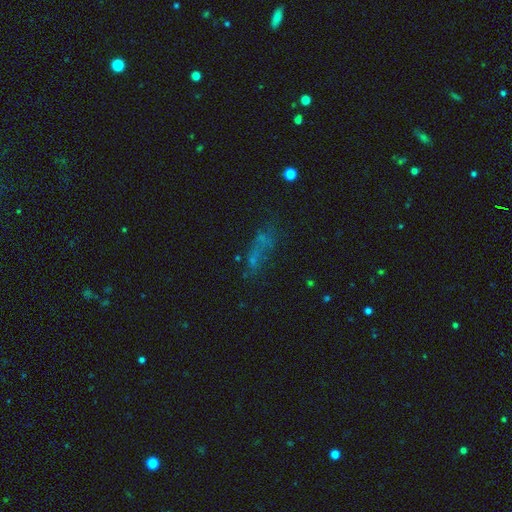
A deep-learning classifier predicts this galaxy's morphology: smooth-or-featured: smooth: 42% | featured or disk: 30% | star or artifact: 28%
  merging: none: 44% | major disturbance: 26% | minor disturbance: 19% | merger: 11%